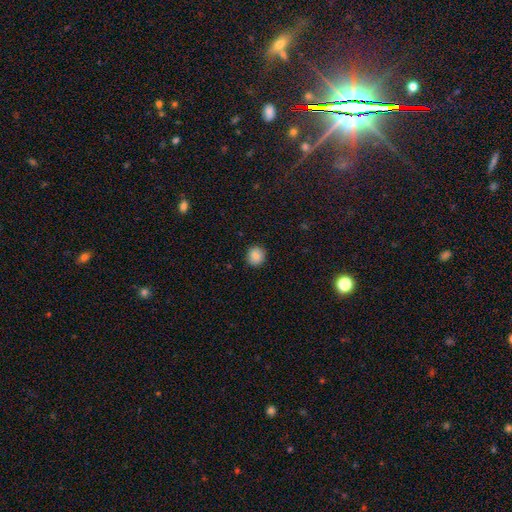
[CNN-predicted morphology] Smooth or featured: smooth — 86% (star or artifact — 9%)
How rounded: round — 90% (in between — 9%)
Merging: none — 90% (minor disturbance — 7%)